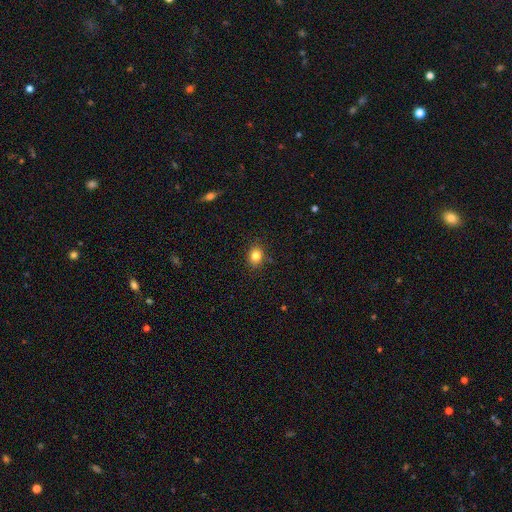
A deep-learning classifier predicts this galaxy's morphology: smooth-or-featured: smooth: 83% | star or artifact: 11% | featured or disk: 6%
  how-rounded: in between: 52% | round: 47% | cigar-shaped: 1%
  merging: none: 86% | minor disturbance: 10% | major disturbance: 2% | merger: 1%